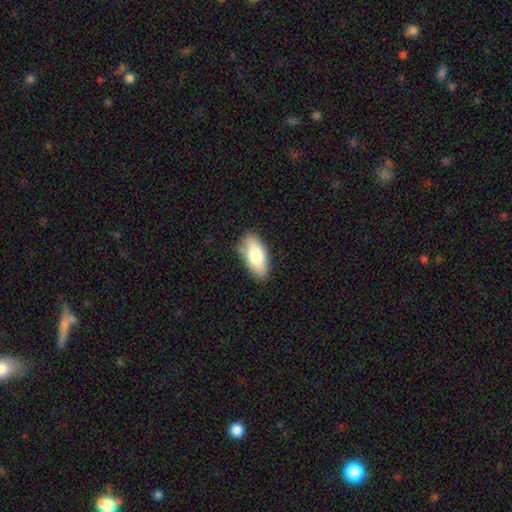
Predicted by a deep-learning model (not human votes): smooth_or_featured: smooth (p=0.77) [alt: featured or disk p=0.16]
how_rounded: in between (p=0.88) [alt: cigar-shaped p=0.10]
merging: none (p=0.81) [alt: minor disturbance p=0.14]